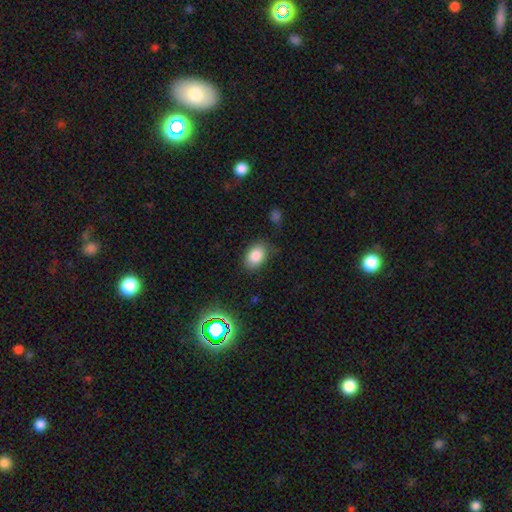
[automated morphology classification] A smooth galaxy with no disk features (84%) that is in between round and cigar-shaped (81%).

Vote fractions:
- Smooth or featured? smooth: 84% / star or artifact: 10% / featured or disk: 7%
- How rounded? in between: 81% / round: 18% / cigar-shaped: 1%
- Merging? none: 78% / minor disturbance: 16% / major disturbance: 4% / merger: 2%